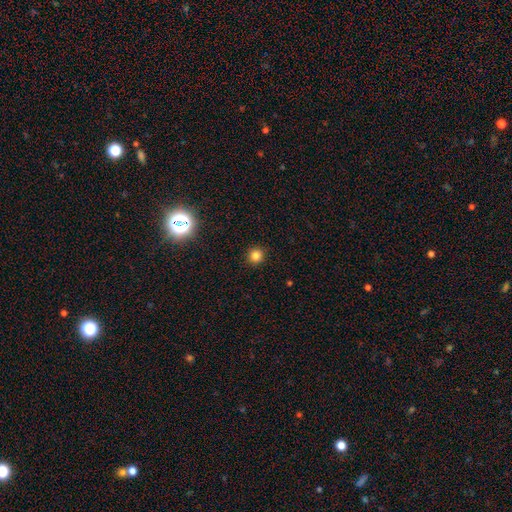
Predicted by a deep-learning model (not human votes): This is clearly a smooth galaxy (82%). How rounded: clearly round (95%). Merging: clearly none (93%).